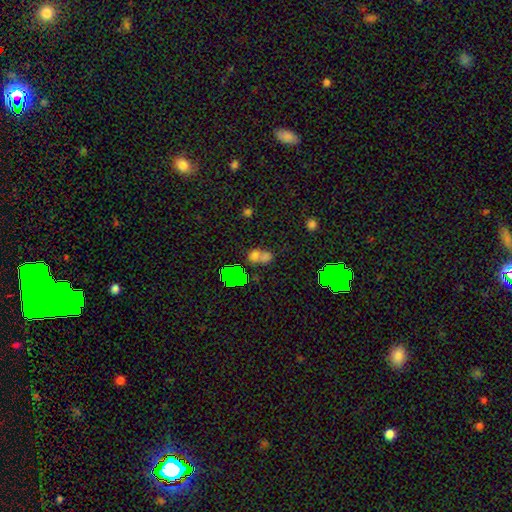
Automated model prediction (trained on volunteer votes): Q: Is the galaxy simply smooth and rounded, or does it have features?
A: smooth — 56%.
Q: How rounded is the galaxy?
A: round — 50%.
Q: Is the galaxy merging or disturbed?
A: merger — 48%.